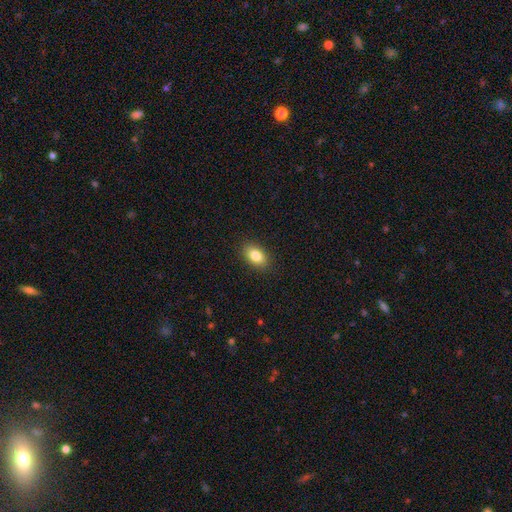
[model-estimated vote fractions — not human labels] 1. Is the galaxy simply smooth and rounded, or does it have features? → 83% smooth, 9% star or artifact, 8% featured or disk.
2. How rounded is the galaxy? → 87% in between, 11% round, 2% cigar-shaped.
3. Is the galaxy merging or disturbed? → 89% none, 8% minor disturbance, 2% major disturbance, 1% merger.